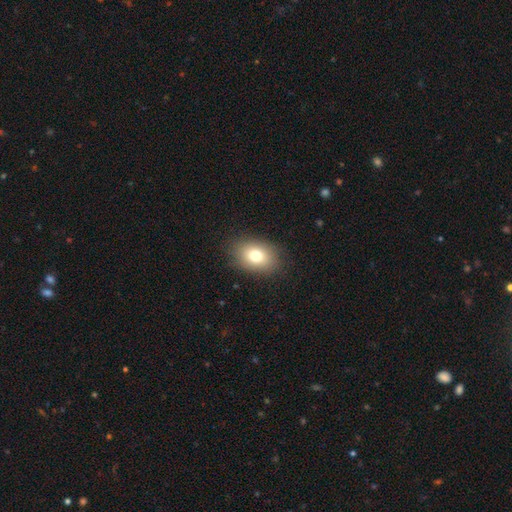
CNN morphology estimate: smooth-or-featured: smooth: 78% | featured or disk: 12% | star or artifact: 11%
  how-rounded: in between: 77% | round: 22% | cigar-shaped: 1%
  merging: none: 86% | minor disturbance: 10% | major disturbance: 3% | merger: 1%